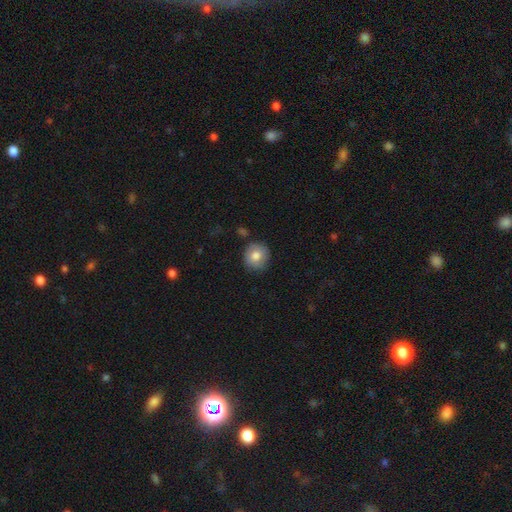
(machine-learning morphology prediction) smooth-or-featured: smooth: 79% | featured or disk: 13% | star or artifact: 8%
  how-rounded: round: 89% | in between: 10% | cigar-shaped: 1%
  merging: none: 81% | minor disturbance: 13% | merger: 3% | major disturbance: 3%